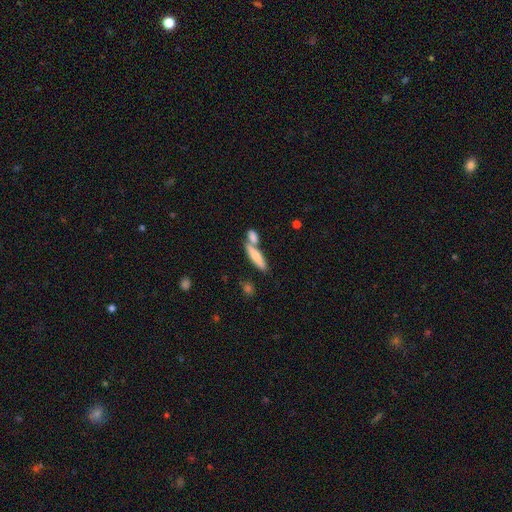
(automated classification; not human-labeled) Smooth or featured: smooth — 71% (featured or disk — 22%)
How rounded: cigar-shaped — 70% (in between — 27%)
Merging: none — 51% (merger — 36%)